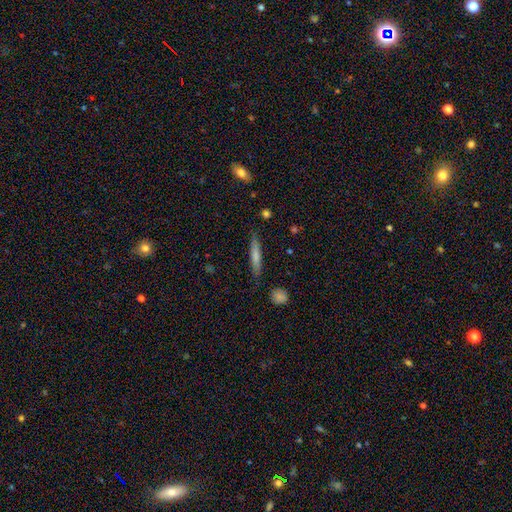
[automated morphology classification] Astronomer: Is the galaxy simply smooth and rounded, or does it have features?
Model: smooth — 67%.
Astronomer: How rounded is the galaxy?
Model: cigar-shaped — 92%.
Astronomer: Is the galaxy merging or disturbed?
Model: none — 83%.